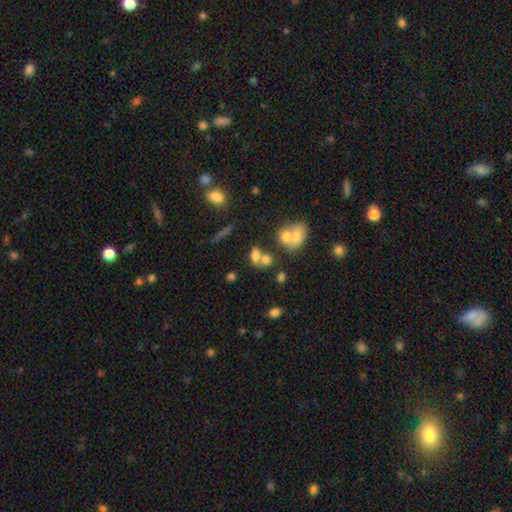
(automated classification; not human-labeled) This is likely a smooth galaxy (67%). How rounded: likely in between (65%). Merging: possibly merger (51%).